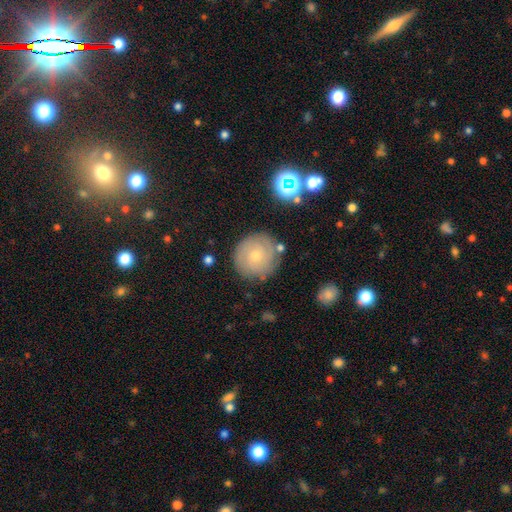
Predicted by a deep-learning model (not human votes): This is possibly a smooth galaxy (55%). How rounded: clearly round (93%). Merging: clearly none (81%).